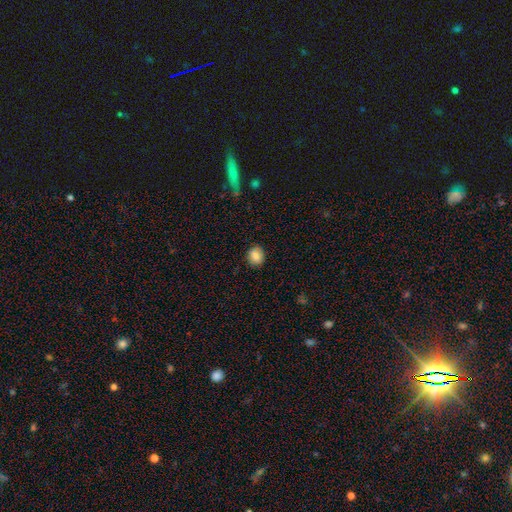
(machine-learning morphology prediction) smooth-or-featured: smooth: 87% | star or artifact: 9% | featured or disk: 5%
  how-rounded: round: 75% | in between: 24% | cigar-shaped: 1%
  merging: none: 89% | minor disturbance: 8% | major disturbance: 2% | merger: 1%